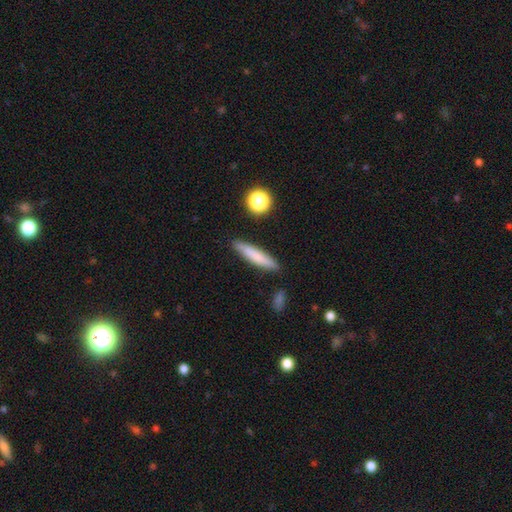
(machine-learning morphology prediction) Overall: smooth (75%). How rounded: cigar-shaped (88%). Merging: none (85%).